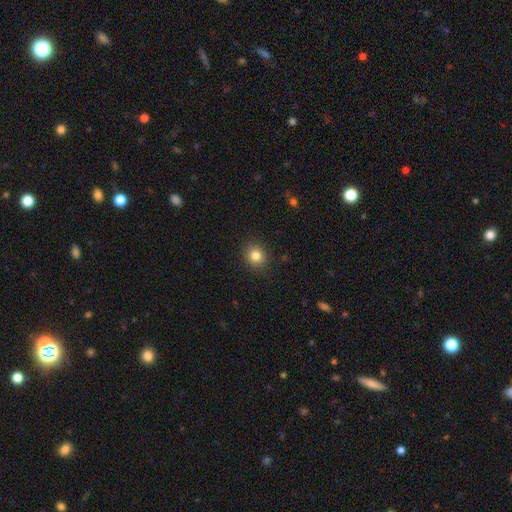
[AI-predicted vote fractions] Smooth or featured? Predicted: smooth (p=0.82). How rounded? Predicted: round (p=0.78). Merging? Predicted: none (p=0.89).